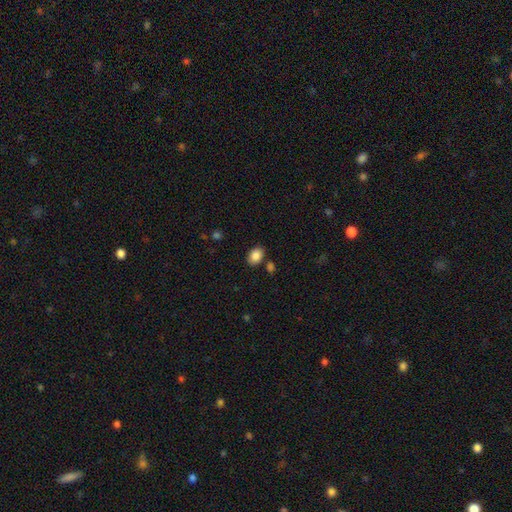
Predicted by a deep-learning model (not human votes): Smooth or featured?
  - smooth: 87% *
  - star or artifact: 8%
  - featured or disk: 5%
How rounded?
  - in between: 80% *
  - round: 19%
  - cigar-shaped: 1%
Merging?
  - none: 81% *
  - minor disturbance: 10%
  - merger: 6%
  - major disturbance: 3%